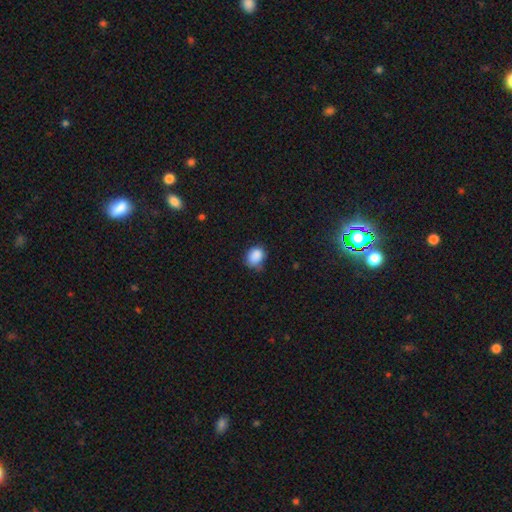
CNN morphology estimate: Smooth or featured: smooth — 87% (star or artifact — 9%)
How rounded: in between — 54% (round — 45%)
Merging: none — 61% (minor disturbance — 30%)